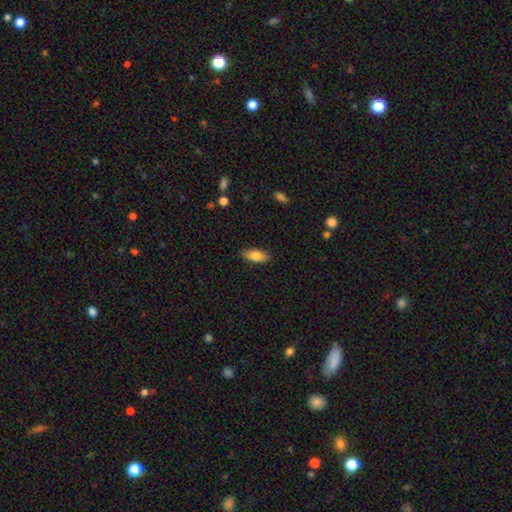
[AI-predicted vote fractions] Smooth or featured? Predicted: smooth (p=0.77). How rounded? Predicted: in between (p=0.80). Merging? Predicted: none (p=0.87).